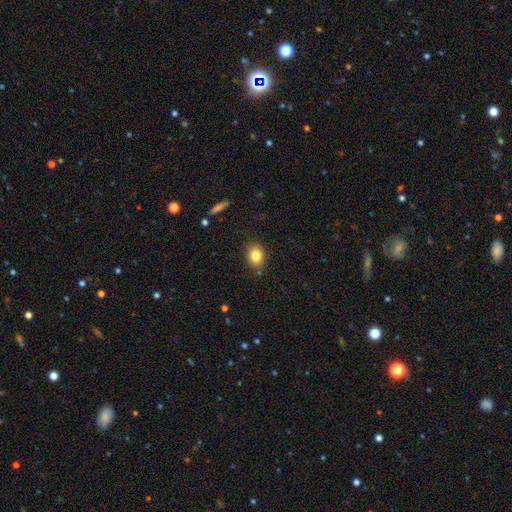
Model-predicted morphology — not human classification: Smooth or featured? Predicted: smooth (p=0.83). How rounded? Predicted: in between (p=0.57). Merging? Predicted: none (p=0.83).